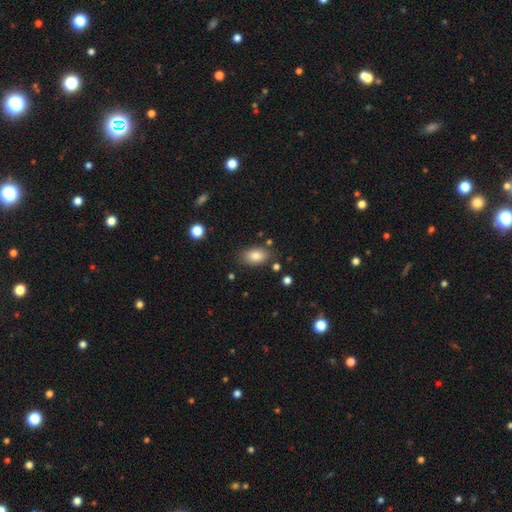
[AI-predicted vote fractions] Smooth or featured? smooth (83%)
How rounded? in between (90%)
Merging? none (81%)